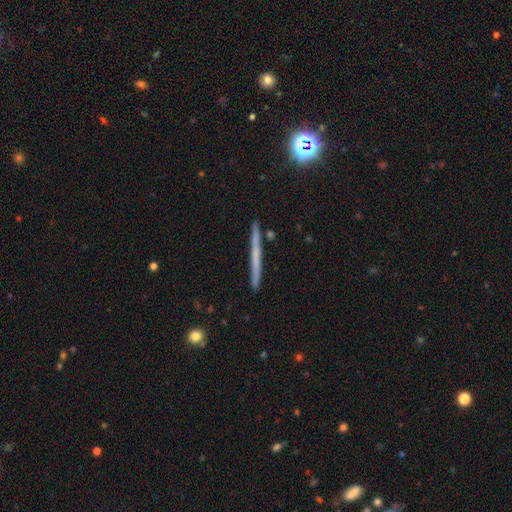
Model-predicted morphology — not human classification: Smooth or featured? featured or disk (49%)
Merging? none (91%)